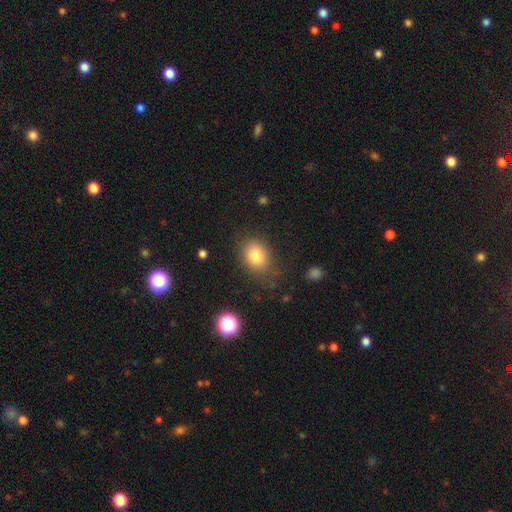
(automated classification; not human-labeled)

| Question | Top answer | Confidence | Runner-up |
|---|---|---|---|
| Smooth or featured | smooth | 81% | star or artifact (11%) |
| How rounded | in between | 62% | round (37%) |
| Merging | none | 74% | minor disturbance (17%) |